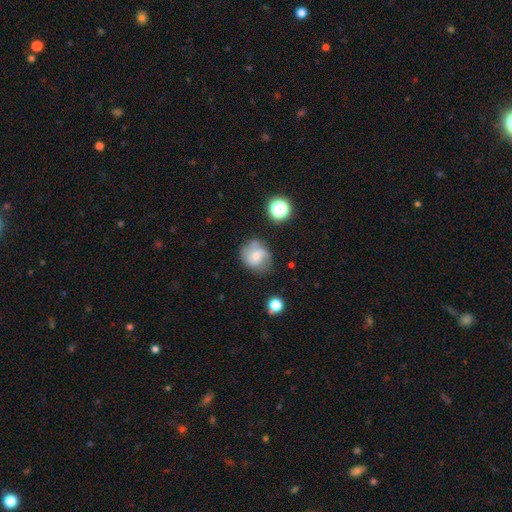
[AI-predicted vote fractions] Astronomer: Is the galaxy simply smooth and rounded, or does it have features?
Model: smooth — 59%.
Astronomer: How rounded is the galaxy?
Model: round — 73%.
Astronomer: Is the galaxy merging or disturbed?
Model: none — 56%.